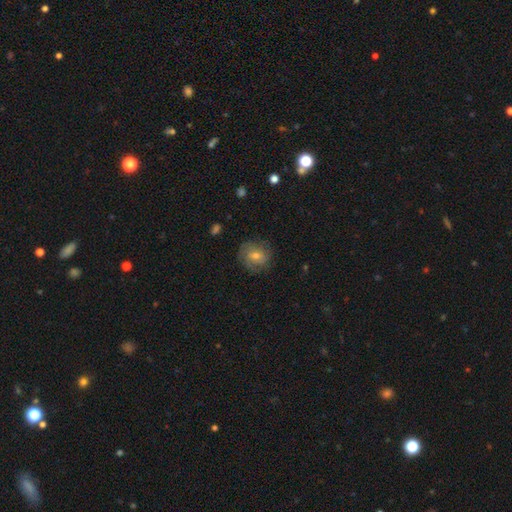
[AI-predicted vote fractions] Q: Smooth or featured?
A: featured or disk (46%); runner-up: smooth (41%)
Q: Merging?
A: none (78%); runner-up: minor disturbance (15%)